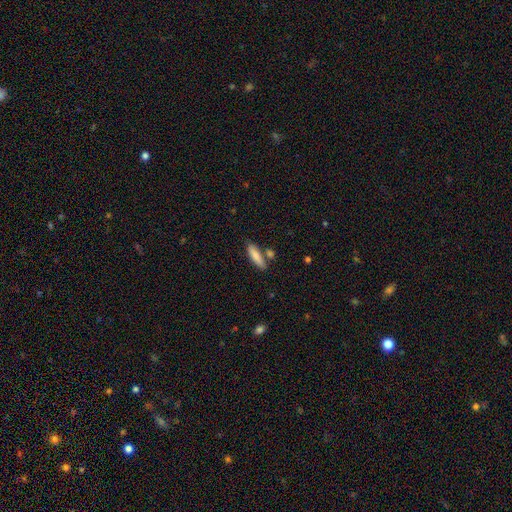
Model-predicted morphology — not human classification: smooth_or_featured: smooth (p=0.83) [alt: featured or disk p=0.10]
how_rounded: cigar-shaped (p=0.66) [alt: in between p=0.32]
merging: none (p=0.74) [alt: minor disturbance p=0.13]